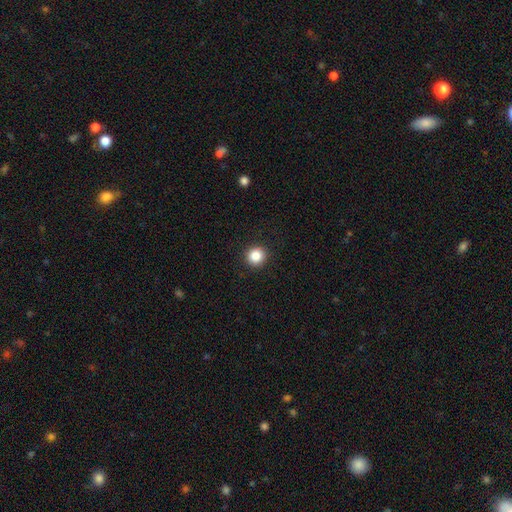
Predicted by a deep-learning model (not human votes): Overall: smooth (86%). How rounded: round (94%). Merging: none (92%).